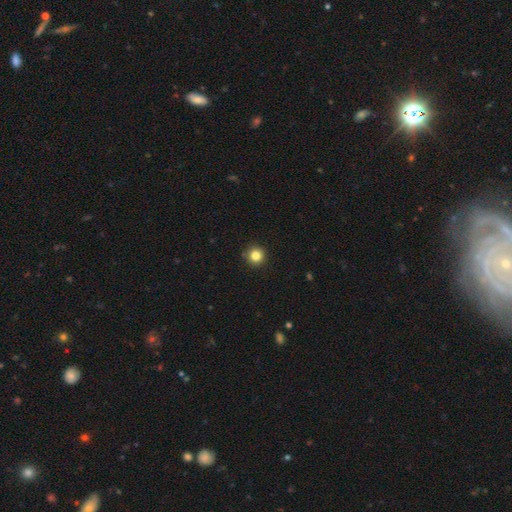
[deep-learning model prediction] Q: Smooth or featured?
A: smooth (83%); runner-up: star or artifact (12%)
Q: How rounded?
A: round (95%); runner-up: in between (4%)
Q: Merging?
A: none (91%); runner-up: minor disturbance (6%)